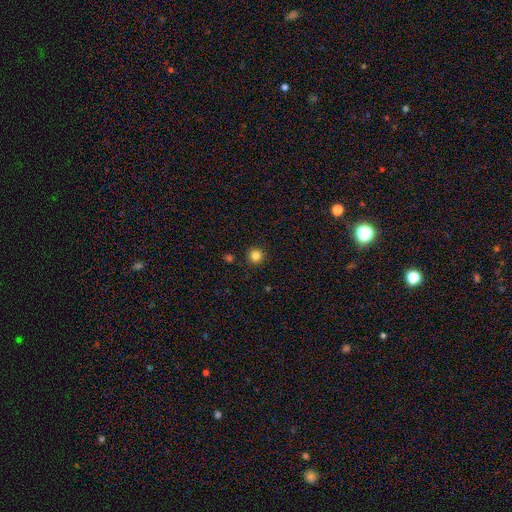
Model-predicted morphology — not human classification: Smooth or featured? smooth (83%)
How rounded? round (95%)
Merging? none (92%)